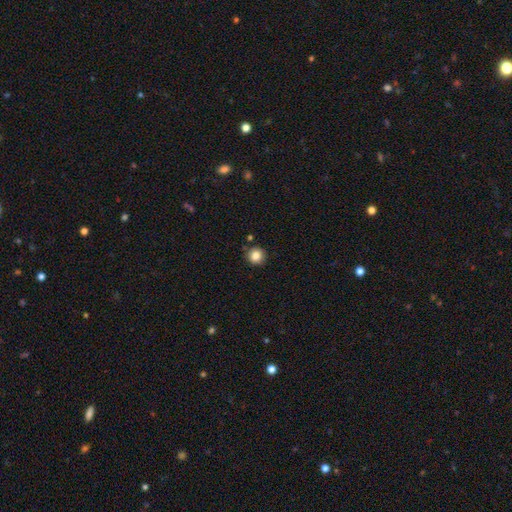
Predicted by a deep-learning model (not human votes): Q: Smooth or featured?
A: smooth (85%); runner-up: star or artifact (10%)
Q: How rounded?
A: round (93%); runner-up: in between (6%)
Q: Merging?
A: none (88%); runner-up: minor disturbance (7%)